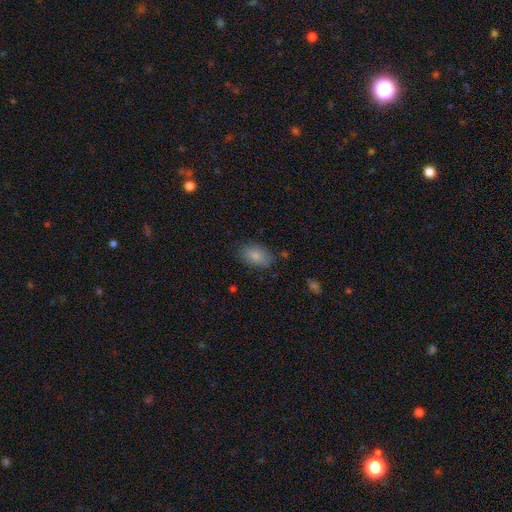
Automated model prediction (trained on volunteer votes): smooth_or_featured: smooth (p=0.84) [alt: featured or disk p=0.08]
how_rounded: in between (p=0.91) [alt: round p=0.07]
merging: none (p=0.78) [alt: minor disturbance p=0.16]